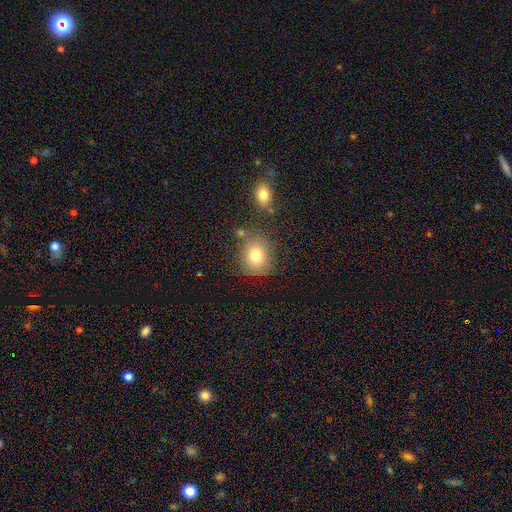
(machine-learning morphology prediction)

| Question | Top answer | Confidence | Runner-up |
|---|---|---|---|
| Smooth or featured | smooth | 78% | featured or disk (11%) |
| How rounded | round | 68% | in between (31%) |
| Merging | none | 71% | minor disturbance (16%) |